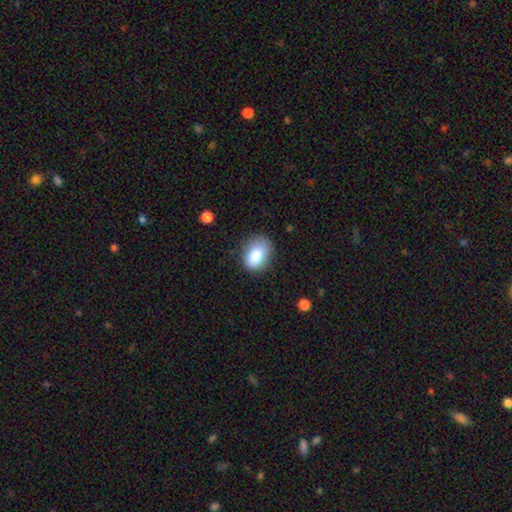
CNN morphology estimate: smooth 85%, star or artifact 8%, featured or disk 7%. Down the decision tree: how rounded — in between (73%); merging — none (76%).